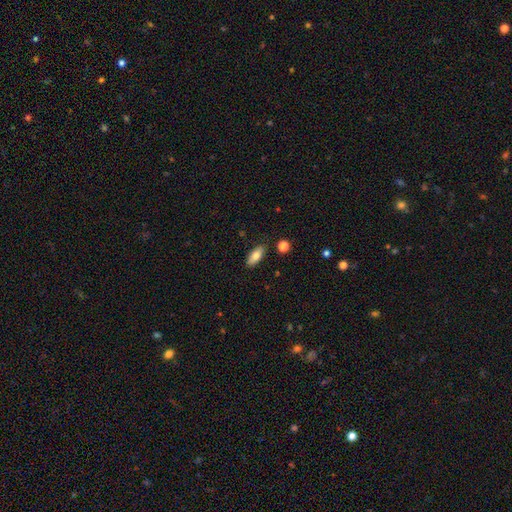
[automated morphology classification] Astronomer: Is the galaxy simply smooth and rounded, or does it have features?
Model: smooth — 78%.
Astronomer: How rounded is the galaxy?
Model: in between — 82%.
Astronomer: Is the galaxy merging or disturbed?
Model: none — 86%.